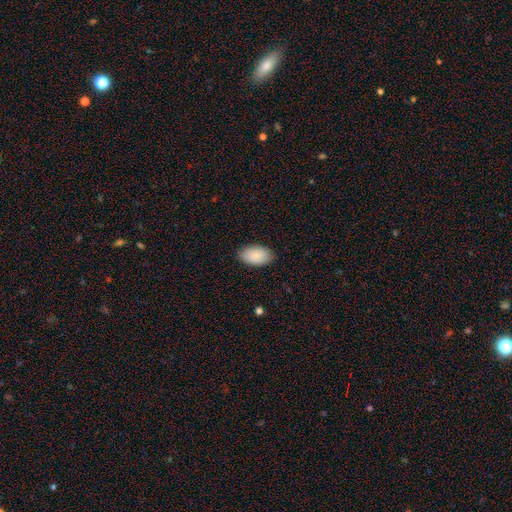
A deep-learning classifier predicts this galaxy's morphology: A smooth galaxy with no disk features (91%) that is in between round and cigar-shaped (95%).

Vote fractions:
- Smooth or featured? smooth: 91% / star or artifact: 6% / featured or disk: 4%
- How rounded? in between: 95% / round: 4% / cigar-shaped: 1%
- Merging? none: 87% / minor disturbance: 10% / major disturbance: 2% / merger: 1%